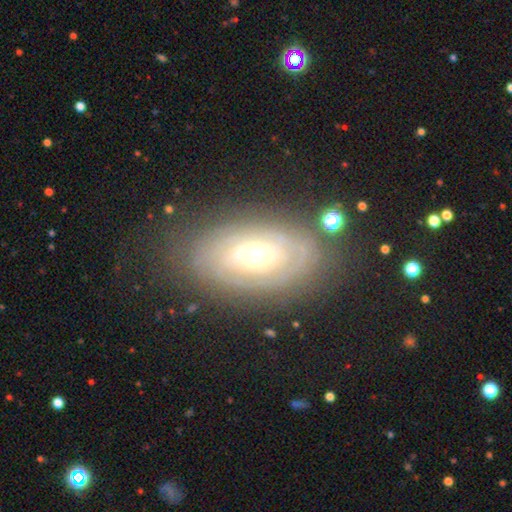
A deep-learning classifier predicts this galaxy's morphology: Smooth or featured? Predicted: featured or disk (p=0.71). Edge-on disk? Predicted: no (p=0.91). Bar? Predicted: no (p=0.67). Spiral arms? Predicted: yes (p=0.67). Bulge size? Predicted: moderate (p=0.67). Merging? Predicted: none (p=0.76).